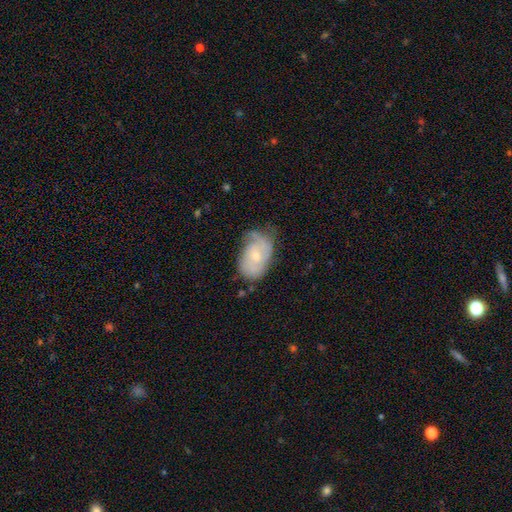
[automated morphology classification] smooth-or-featured: featured or disk: 67% | smooth: 27% | star or artifact: 7%
  disk-edge-on: no: 96% | yes: 4%
    bar: no: 72% | weak: 25% | strong: 3%
    has-spiral-arms: yes: 87% | no: 13%
      spiral-winding: tight: 49% | medium: 34% | loose: 17%
      spiral-arm-count: 2: 33% | can't tell: 31% | 1: 21% | 3: 10% | 4: 3% | more than 4: 2%
    bulge-size: small: 59% | moderate: 36% | none: 3% | large: 2% | dominant: 1%
  merging: none: 50% | minor disturbance: 32% | major disturbance: 16% | merger: 2%